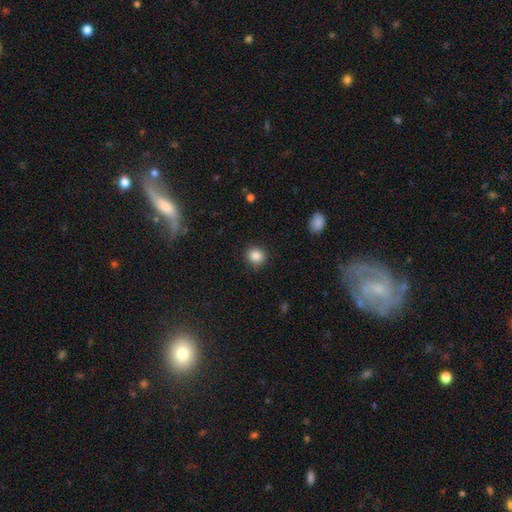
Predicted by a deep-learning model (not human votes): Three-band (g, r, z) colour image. It shows a smooth galaxy with no disk features (87%) that is round (85%). Merging: none (88%).